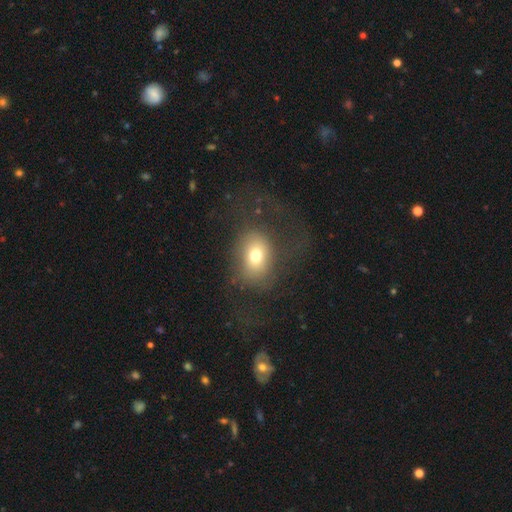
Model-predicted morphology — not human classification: Smooth or featured? smooth (70%)
How rounded? in between (56%)
Merging? none (51%)